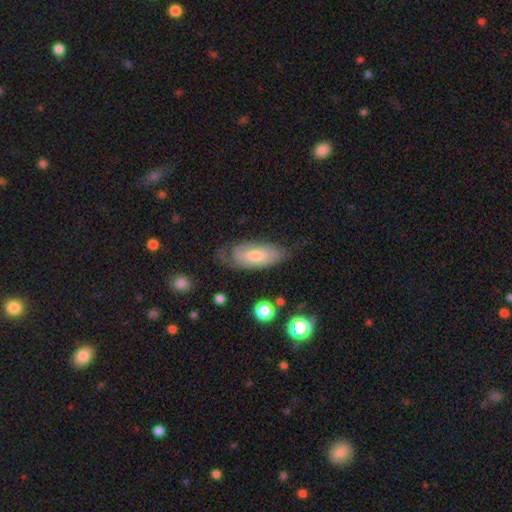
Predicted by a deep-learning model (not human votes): A featured or disk galaxy (50%).

Vote fractions:
- Smooth or featured? featured or disk: 50% / smooth: 43% / star or artifact: 7%
- Edge-on disk? no: 85% / yes: 15%
- Merging? none: 57% / minor disturbance: 29% / major disturbance: 13% / merger: 2%